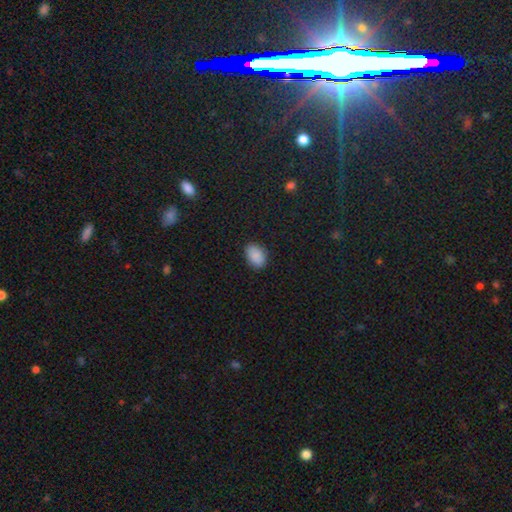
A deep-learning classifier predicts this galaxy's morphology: Smooth or featured?
  - smooth: 88% *
  - star or artifact: 8%
  - featured or disk: 4%
How rounded?
  - in between: 87% *
  - round: 12%
  - cigar-shaped: 1%
Merging?
  - none: 87% *
  - minor disturbance: 10%
  - major disturbance: 2%
  - merger: 1%